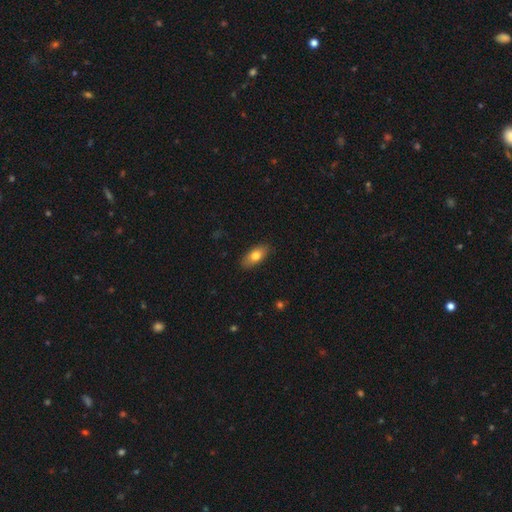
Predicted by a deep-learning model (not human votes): Overall: smooth (75%). How rounded: in between (84%). Merging: none (88%).